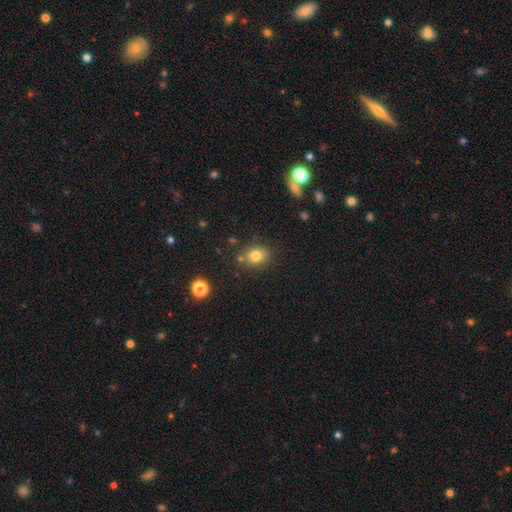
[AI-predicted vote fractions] Smooth or featured?
  - smooth: 78% *
  - star or artifact: 13%
  - featured or disk: 9%
How rounded?
  - round: 68% *
  - in between: 31%
  - cigar-shaped: 1%
Merging?
  - none: 79% *
  - minor disturbance: 11%
  - merger: 7%
  - major disturbance: 3%